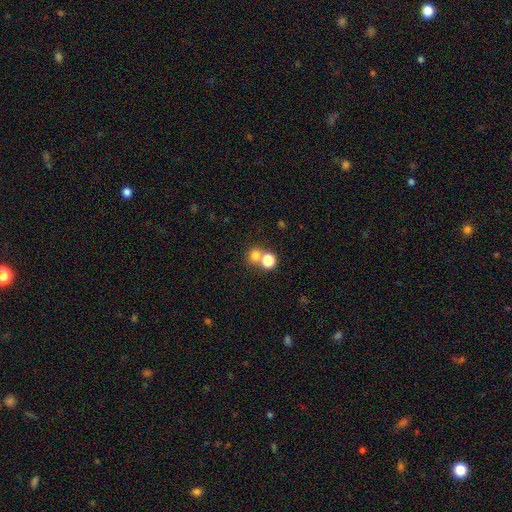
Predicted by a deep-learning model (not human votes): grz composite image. It shows a smooth galaxy with no disk features (76%) that is round (83%). Merging: none (50%).